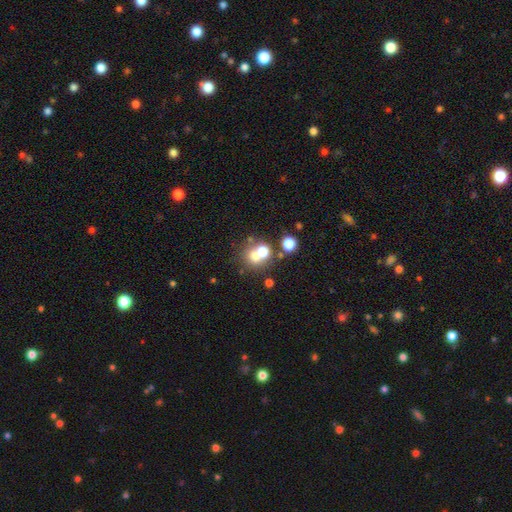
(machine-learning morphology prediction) The model was most divided on "merging": merger: 51%, none: 37%, minor disturbance: 7%, major disturbance: 5%. More confident: how rounded — round (78%); smooth or featured — smooth (65%).